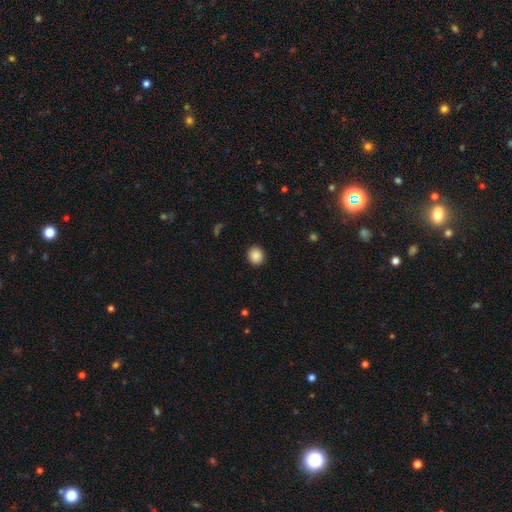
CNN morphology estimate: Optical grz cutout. It shows a smooth galaxy with no disk features (88%) that is round (81%). Merging: none (91%).